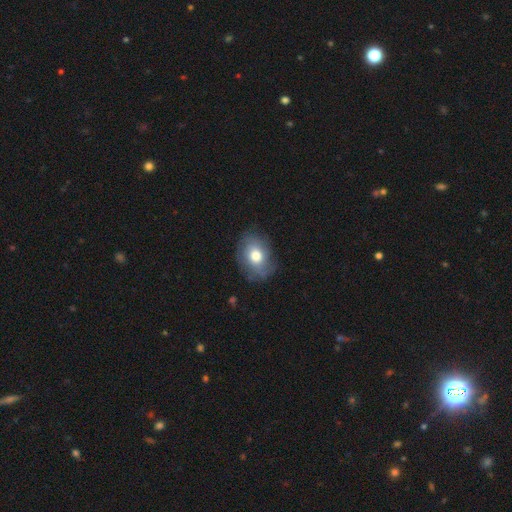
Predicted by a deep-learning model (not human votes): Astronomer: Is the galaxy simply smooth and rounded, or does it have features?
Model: smooth — 66%.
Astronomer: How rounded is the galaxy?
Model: in between — 60% (runner-up: round, 39%).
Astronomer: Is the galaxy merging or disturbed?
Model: none — 72%.